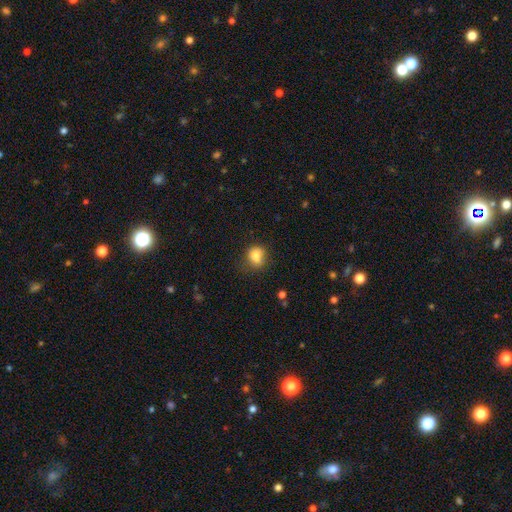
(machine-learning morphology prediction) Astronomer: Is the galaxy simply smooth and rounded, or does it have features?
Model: smooth — 81%.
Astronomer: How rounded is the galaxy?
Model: round — 64%.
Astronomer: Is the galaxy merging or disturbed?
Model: none — 60%.